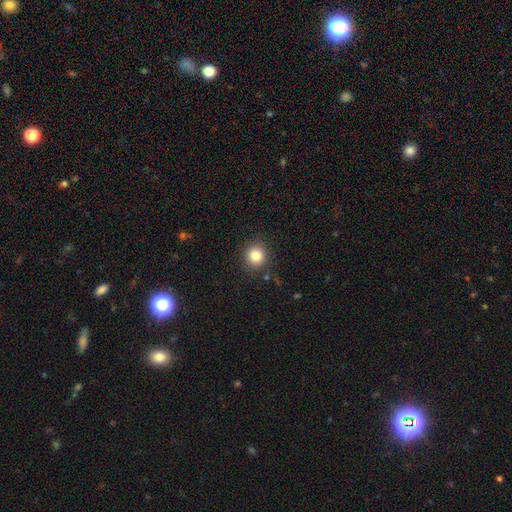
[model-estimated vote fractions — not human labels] Smooth or featured: smooth — 83% (star or artifact — 11%)
How rounded: round — 91% (in between — 9%)
Merging: none — 89% (minor disturbance — 7%)